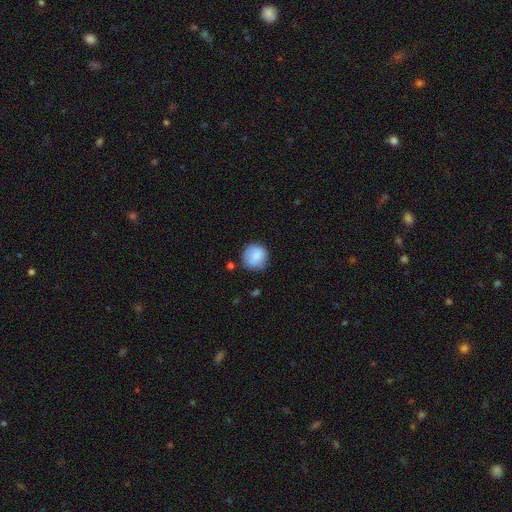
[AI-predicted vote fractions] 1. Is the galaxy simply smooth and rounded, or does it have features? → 83% smooth, 10% featured or disk, 8% star or artifact.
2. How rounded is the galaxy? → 91% round, 8% in between, 1% cigar-shaped.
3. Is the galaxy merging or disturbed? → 78% none, 15% minor disturbance, 4% major disturbance, 3% merger.